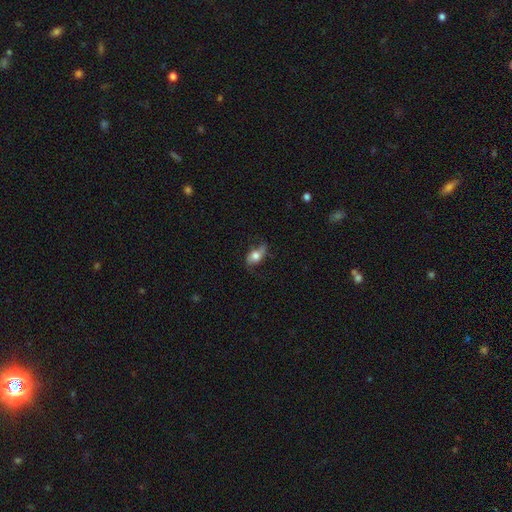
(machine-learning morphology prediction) smooth-or-featured: smooth: 49% | featured or disk: 43% | star or artifact: 8%
  merging: none: 65% | minor disturbance: 24% | major disturbance: 10% | merger: 2%